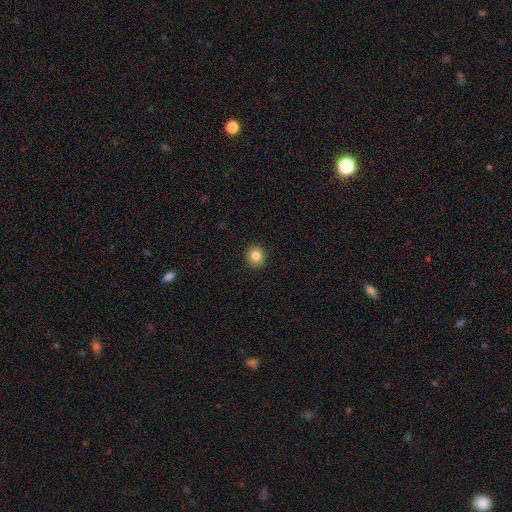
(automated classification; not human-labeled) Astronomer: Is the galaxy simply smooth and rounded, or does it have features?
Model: smooth — 84%.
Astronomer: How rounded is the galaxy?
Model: round — 85%.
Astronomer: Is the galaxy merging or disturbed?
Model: none — 92%.